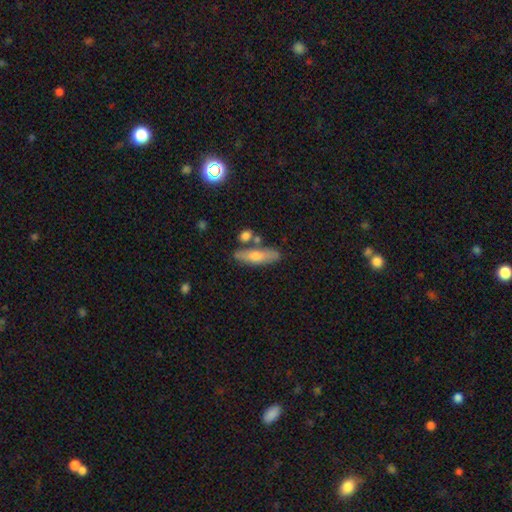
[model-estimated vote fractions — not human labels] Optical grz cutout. It shows a smooth galaxy with no disk features (62%) that is cigar-shaped (52%). Merging: none (70%).